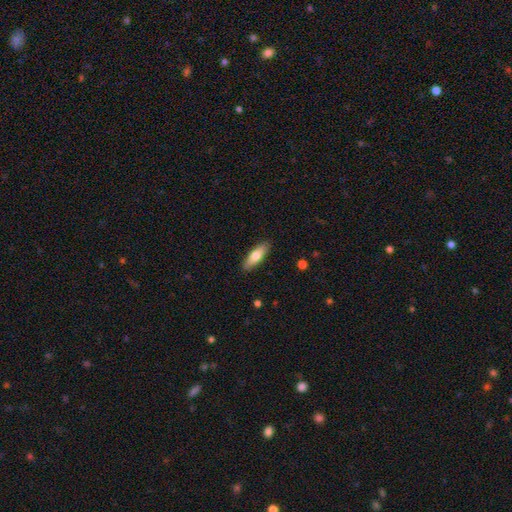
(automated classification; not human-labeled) This is likely a smooth galaxy (70%). How rounded: possibly in between (50%). Merging: clearly none (89%).